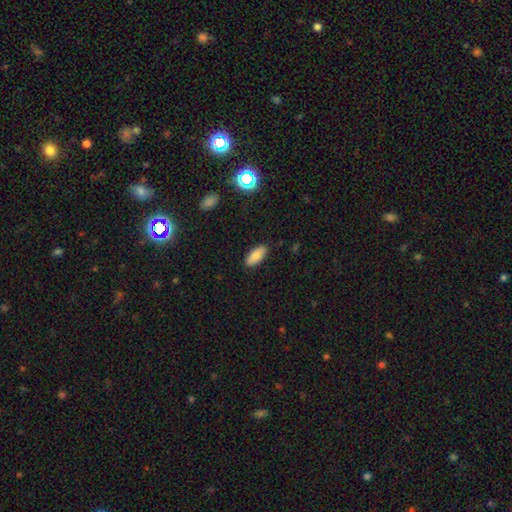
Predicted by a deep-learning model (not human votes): A smooth galaxy with no disk features (85%) that is in between round and cigar-shaped (86%). Merging: none (88%).